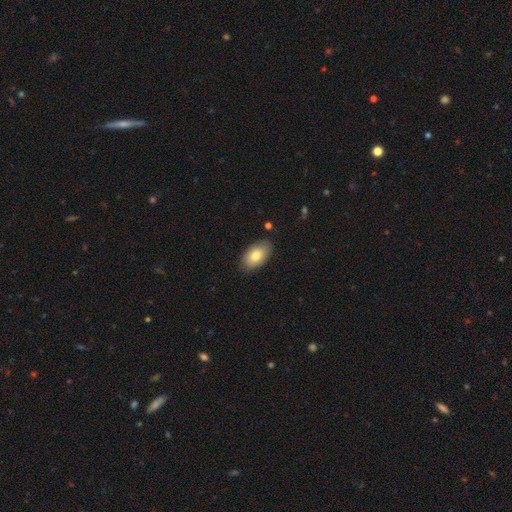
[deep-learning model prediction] This is likely a smooth galaxy (77%). How rounded: clearly in between (93%). Merging: clearly none (84%).